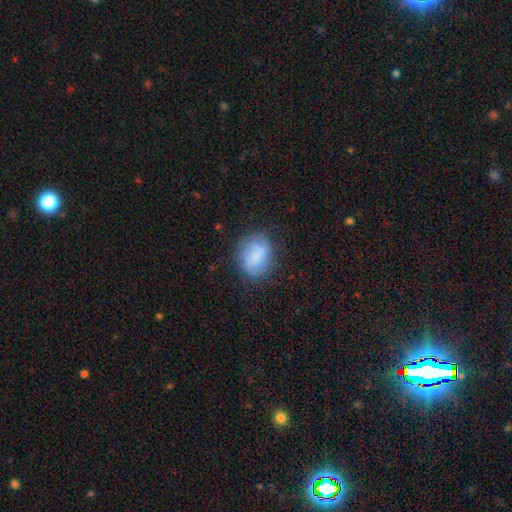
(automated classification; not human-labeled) The model was most divided on "how rounded": in between: 62%, round: 37%, cigar-shaped: 1%. More confident: smooth or featured — smooth (75%); merging — none (72%).